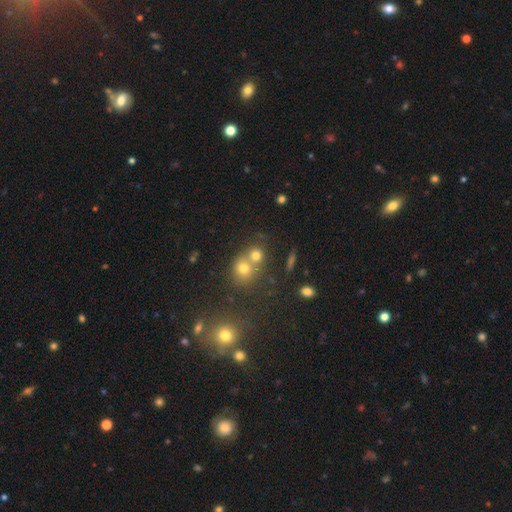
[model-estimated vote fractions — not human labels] smooth_or_featured: smooth (p=0.70) [alt: star or artifact p=0.17]
how_rounded: round (p=0.80) [alt: in between p=0.19]
merging: merger (p=0.49) [alt: none p=0.42]